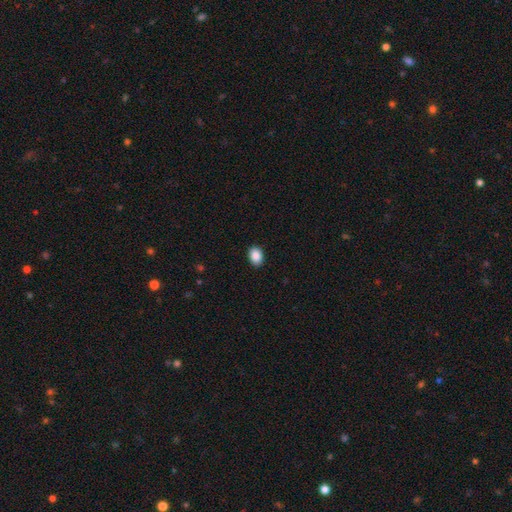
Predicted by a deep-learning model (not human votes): smooth 88%, star or artifact 8%, featured or disk 3%. Down the decision tree: how rounded — in between (71%); merging — none (90%).